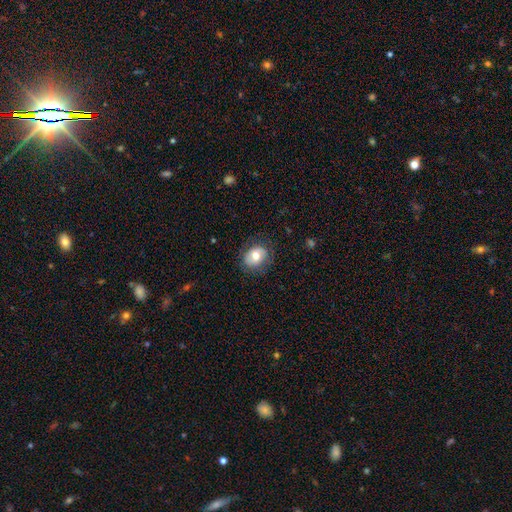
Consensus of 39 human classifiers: Smooth or featured? smooth (79%)
How rounded? in between (58%)
Merging? none (69%)